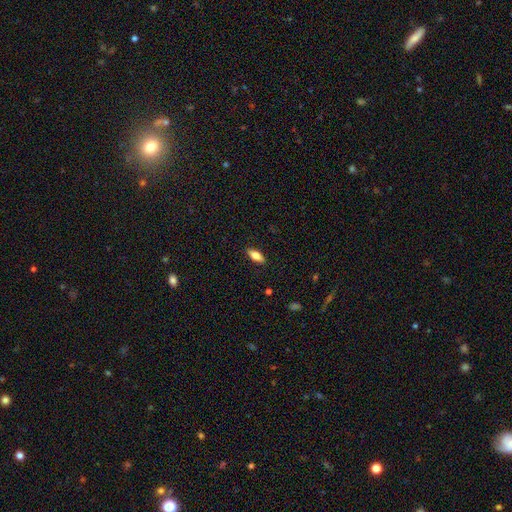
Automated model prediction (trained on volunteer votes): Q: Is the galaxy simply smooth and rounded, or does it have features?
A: smooth — 74%.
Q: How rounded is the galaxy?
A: in between — 77%.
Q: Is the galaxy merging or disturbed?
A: none — 88%.